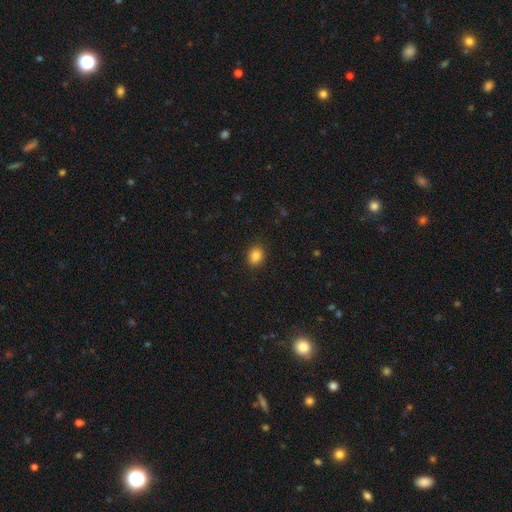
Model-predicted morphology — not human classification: Smooth or featured? smooth (87%)
How rounded? in between (58%)
Merging? none (88%)